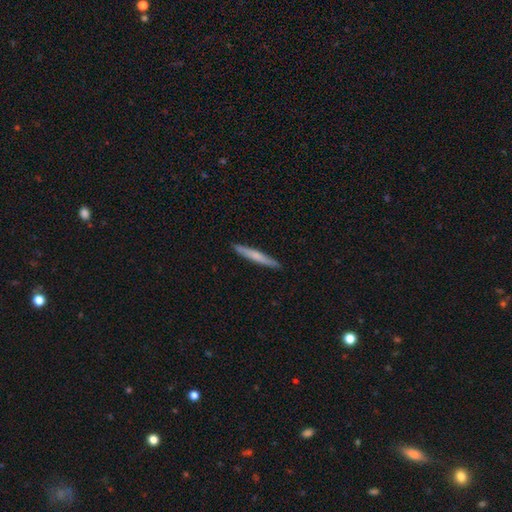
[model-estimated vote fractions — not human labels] Smooth or featured?
  - smooth: 62% *
  - featured or disk: 33%
  - star or artifact: 5%
How rounded?
  - cigar-shaped: 96% *
  - in between: 3%
  - round: 1%
Merging?
  - none: 91% *
  - minor disturbance: 6%
  - major disturbance: 1%
  - merger: 1%